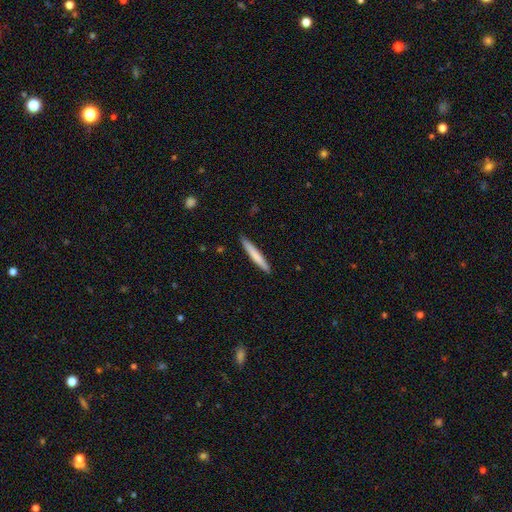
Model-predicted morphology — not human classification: Smooth or featured? Predicted: smooth (p=0.75). How rounded? Predicted: cigar-shaped (p=0.96). Merging? Predicted: none (p=0.91).